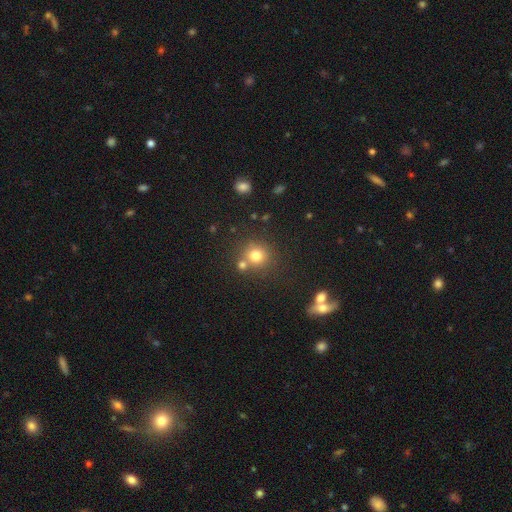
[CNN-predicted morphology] Overall: smooth (77%). How rounded: round (90%). Merging: none (68%).